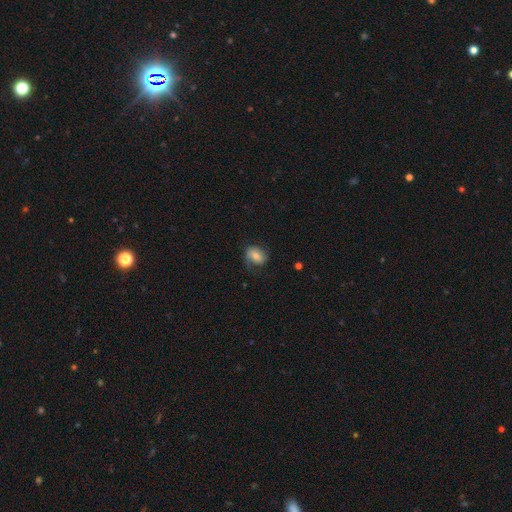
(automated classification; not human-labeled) Morphology: type=smooth (54%); roundness=in between (60%); merging=none (58%).